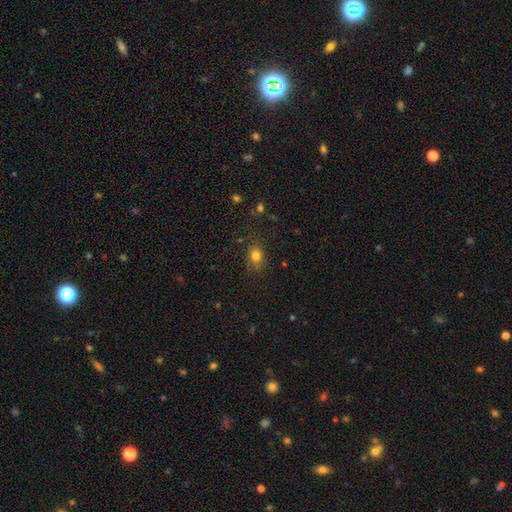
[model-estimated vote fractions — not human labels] Smooth or featured?
  - smooth: 79% *
  - star or artifact: 14%
  - featured or disk: 7%
How rounded?
  - round: 52% *
  - in between: 47%
  - cigar-shaped: 1%
Merging?
  - none: 77% *
  - minor disturbance: 16%
  - major disturbance: 5%
  - merger: 2%